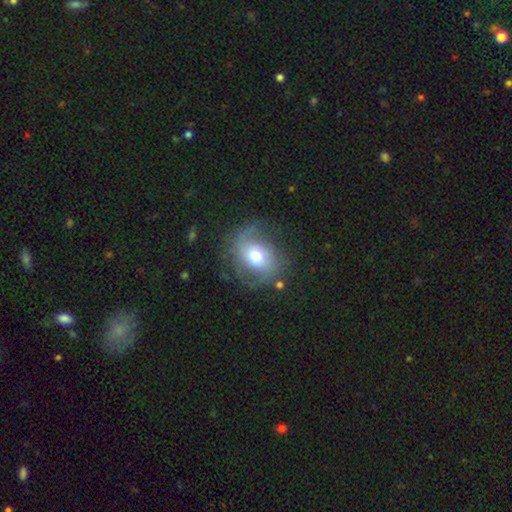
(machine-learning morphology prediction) Smooth or featured? Predicted: featured or disk (p=0.63). Edge-on disk? Predicted: no (p=0.97). Bar? Predicted: no (p=0.61). Spiral arms? Predicted: yes (p=0.84). Spiral winding? Predicted: medium (p=0.42). Spiral arm count? Predicted: 2 (p=0.78). Bulge size? Predicted: moderate (p=0.62). Merging? Predicted: none (p=0.66).